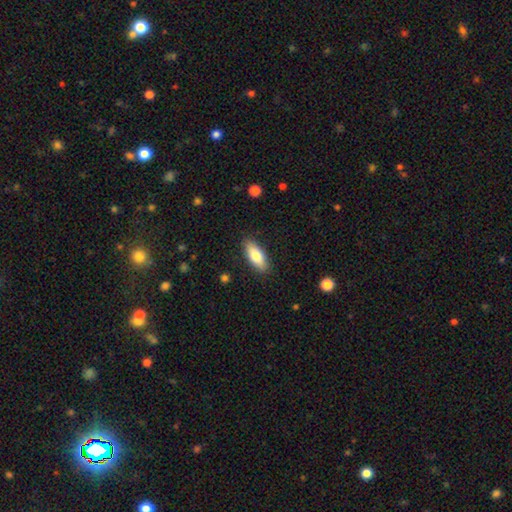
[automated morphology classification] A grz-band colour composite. It shows a smooth galaxy with no disk features (75%) that is in between round and cigar-shaped (73%). Merging: none (88%).